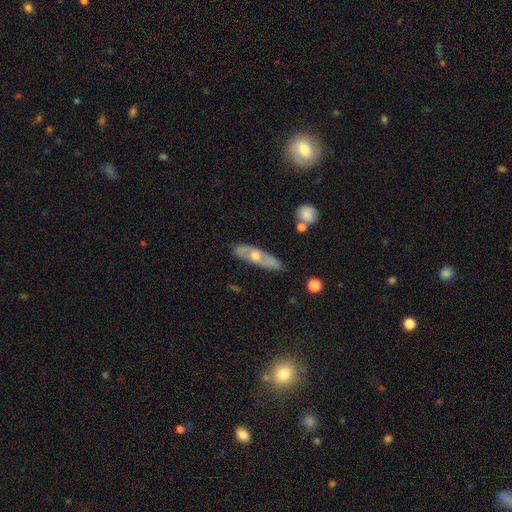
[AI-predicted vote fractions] Smooth or featured? Predicted: featured or disk (p=0.57). Edge-on disk? Predicted: no (p=0.58). Merging? Predicted: none (p=0.79).